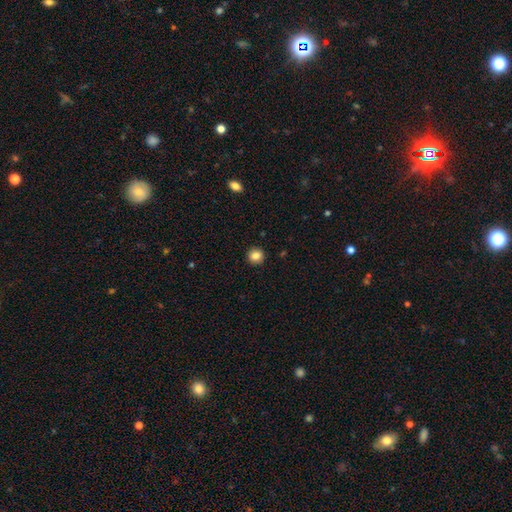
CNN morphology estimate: This appears to be a smooth galaxy with no disk features (84%) that is round (93%). Merging: none (92%).